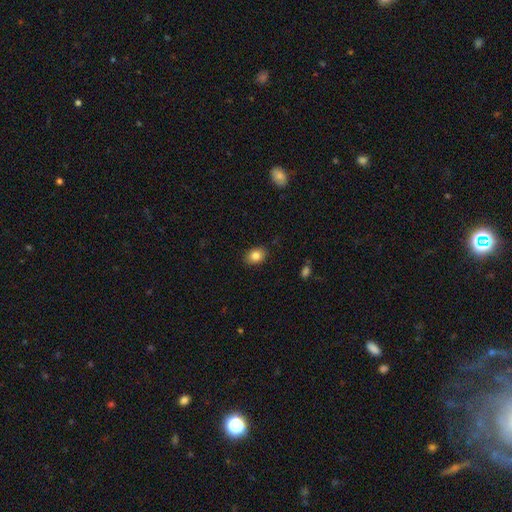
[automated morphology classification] smooth_or_featured: smooth (p=0.83) [alt: star or artifact p=0.09]
how_rounded: in between (p=0.69) [alt: round p=0.30]
merging: none (p=0.87) [alt: minor disturbance p=0.10]